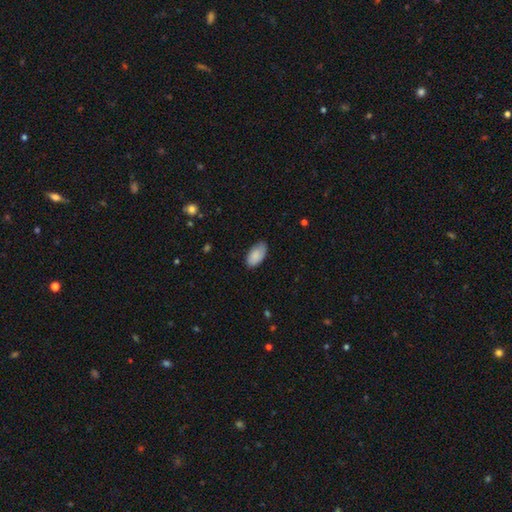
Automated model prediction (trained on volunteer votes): smooth_or_featured: smooth (p=0.86) [alt: featured or disk p=0.08]
how_rounded: in between (p=0.95) [alt: round p=0.03]
merging: none (p=0.74) [alt: minor disturbance p=0.21]